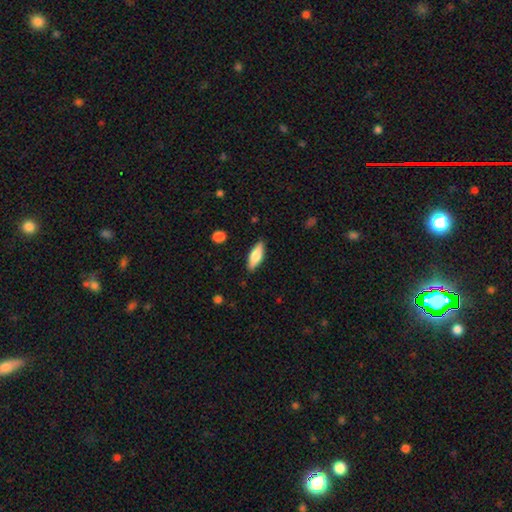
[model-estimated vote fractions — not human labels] smooth-or-featured: smooth: 69% | featured or disk: 25% | star or artifact: 6%
  how-rounded: in between: 62% | cigar-shaped: 36% | round: 2%
  merging: none: 87% | minor disturbance: 10% | major disturbance: 2% | merger: 1%